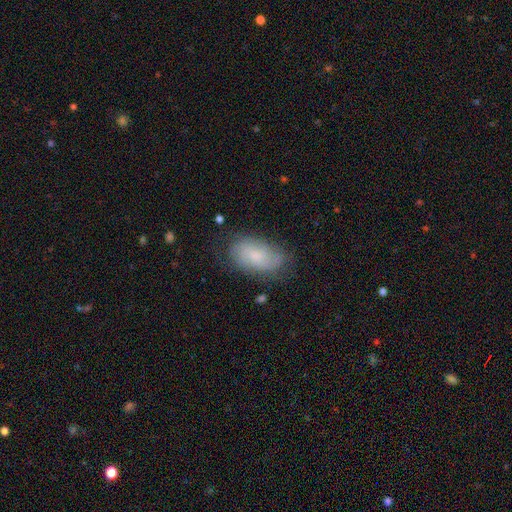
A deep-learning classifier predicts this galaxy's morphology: Smooth or featured: smooth — 53% (featured or disk — 39%)
How rounded: in between — 92% (round — 6%)
Merging: none — 68% (minor disturbance — 22%)